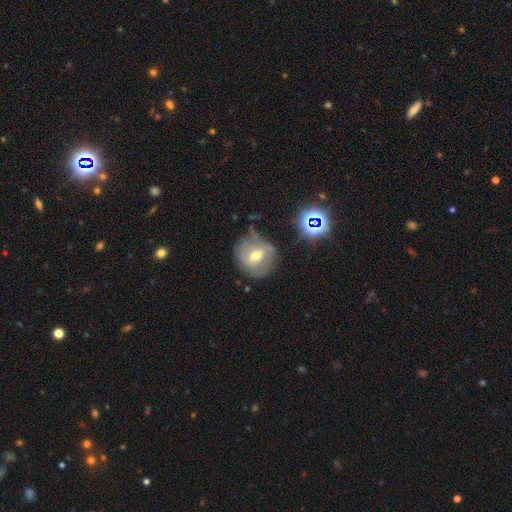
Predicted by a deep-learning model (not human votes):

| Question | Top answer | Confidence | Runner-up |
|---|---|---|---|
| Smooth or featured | featured or disk | 51% | smooth (37%) |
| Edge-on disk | no | 94% | yes (6%) |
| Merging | none | 58% | minor disturbance (27%) |